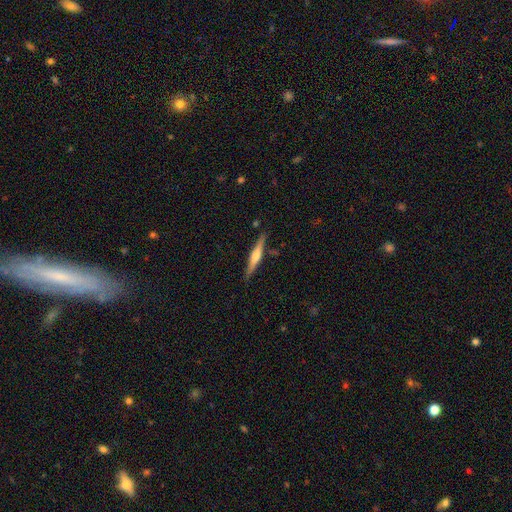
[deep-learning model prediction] This is likely a featured or disk galaxy (65%). It is clearly viewed edge-on (98%). Edge-on bulge: likely rounded (79%). Merging: clearly none (88%).